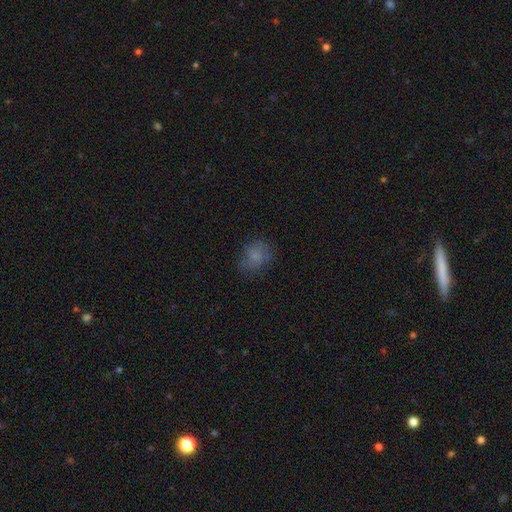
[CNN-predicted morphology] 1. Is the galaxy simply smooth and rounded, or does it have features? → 76% smooth, 12% star or artifact, 12% featured or disk.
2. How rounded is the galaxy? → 57% round, 42% in between, 1% cigar-shaped.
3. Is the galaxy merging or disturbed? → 69% none, 21% minor disturbance, 8% major disturbance, 1% merger.